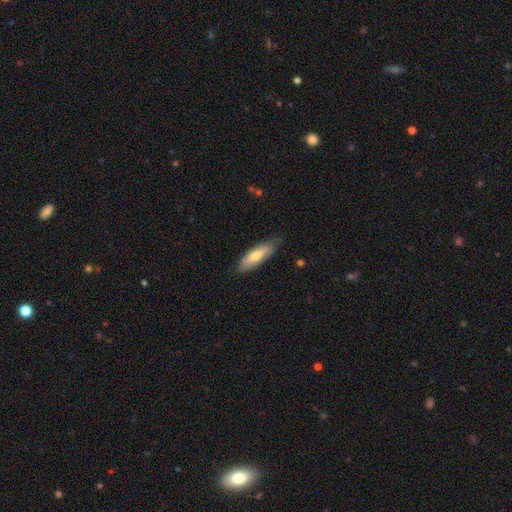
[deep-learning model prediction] Smooth or featured? Predicted: smooth (p=0.62). How rounded? Predicted: cigar-shaped (p=0.51). Merging? Predicted: none (p=0.79).